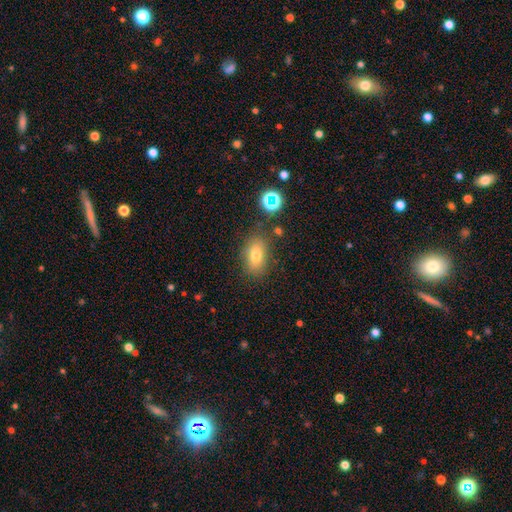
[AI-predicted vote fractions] A smooth galaxy with no disk features (73%) that is in between round and cigar-shaped (82%). Merging: none (79%).